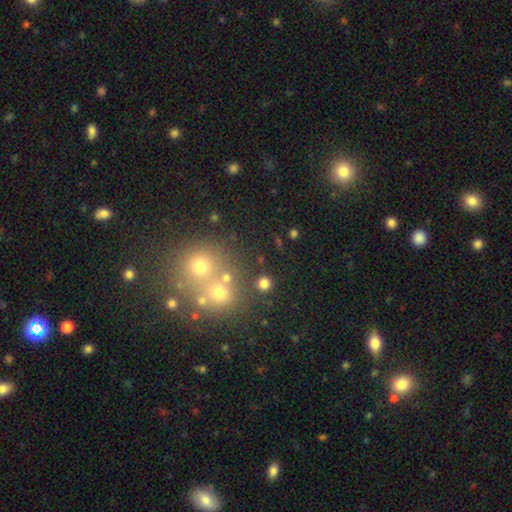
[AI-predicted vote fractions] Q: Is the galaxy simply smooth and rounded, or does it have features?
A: smooth — 52%.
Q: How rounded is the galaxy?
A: round — 80%.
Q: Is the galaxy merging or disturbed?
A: none — 49%.